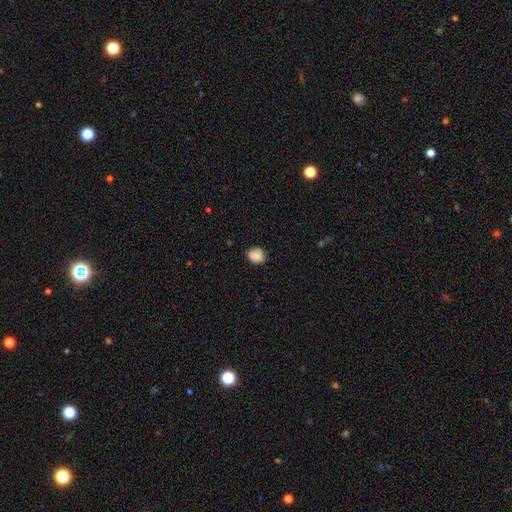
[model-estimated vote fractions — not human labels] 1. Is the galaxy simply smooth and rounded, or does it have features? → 84% smooth, 9% star or artifact, 8% featured or disk.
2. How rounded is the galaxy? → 67% round, 32% in between, 1% cigar-shaped.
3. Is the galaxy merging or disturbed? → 75% none, 19% minor disturbance, 4% major disturbance, 2% merger.